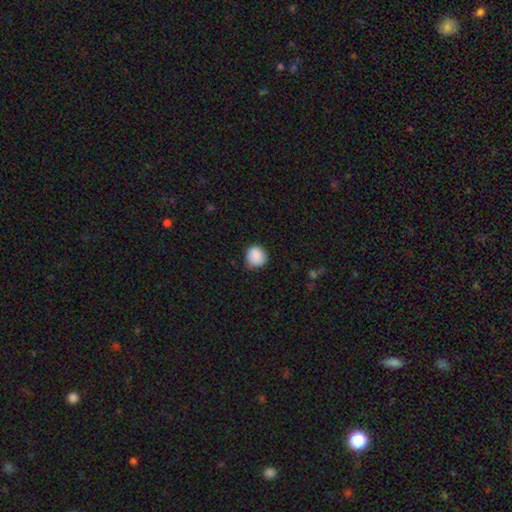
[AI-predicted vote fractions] A smooth galaxy with no disk features (88%) that is round (87%). Merging: none (80%).